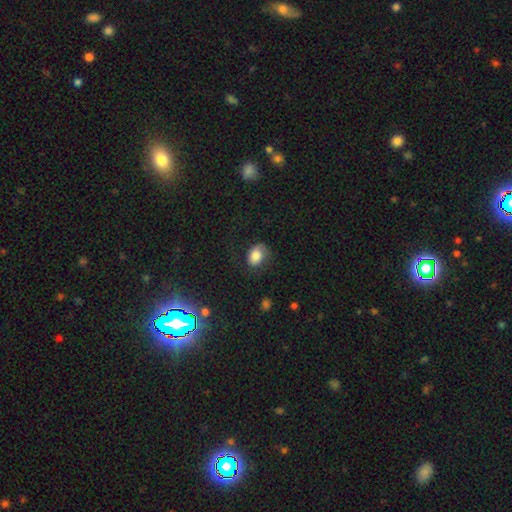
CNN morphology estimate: Smooth or featured: smooth — 73% (featured or disk — 17%)
How rounded: in between — 71% (round — 28%)
Merging: none — 54% (minor disturbance — 26%)